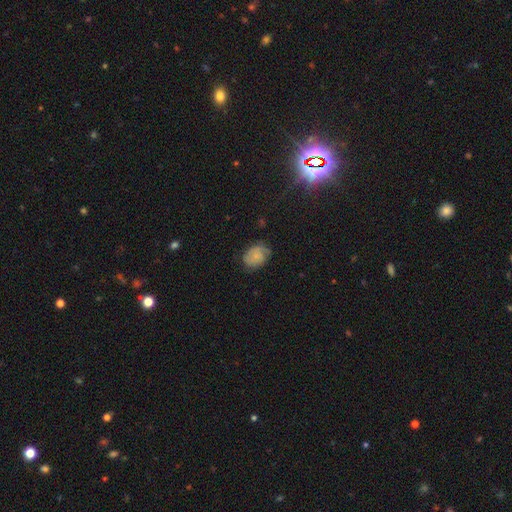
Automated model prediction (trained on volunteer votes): This appears to be a smooth galaxy with no disk features (48%). Merging: none (60%).